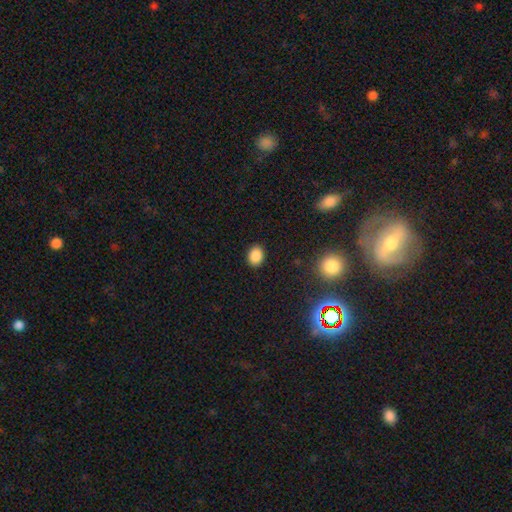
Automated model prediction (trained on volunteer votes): This is clearly a smooth galaxy (86%). How rounded: possibly in between (59%). Merging: clearly none (89%).